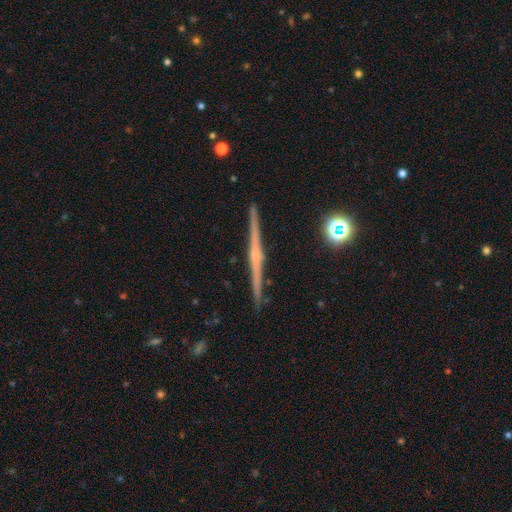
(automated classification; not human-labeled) Morphology: type=featured or disk (83%); edge-on=yes (99%); edge-on bulge=rounded (68%); merging=none (92%).